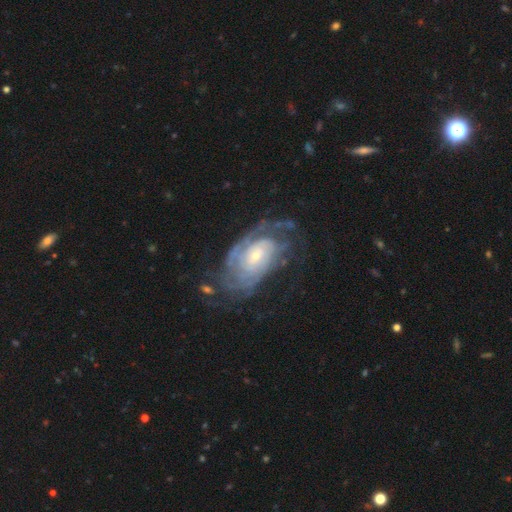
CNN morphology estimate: This appears to be a featured or disk galaxy (85%) with no bar (66%), tight (70%) spiral arms (94%) and a small central bulge (66%). Merging: none (60%).